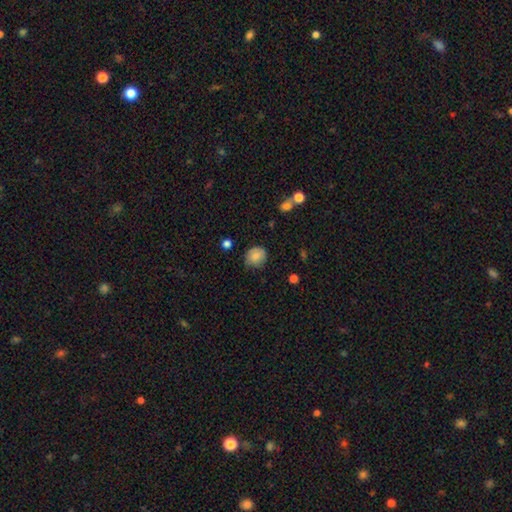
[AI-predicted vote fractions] A smooth galaxy with no disk features (81%) that is round (80%).

Vote fractions:
- Smooth or featured? smooth: 81% / featured or disk: 11% / star or artifact: 8%
- How rounded? round: 80% / in between: 19% / cigar-shaped: 1%
- Merging? none: 71% / minor disturbance: 23% / major disturbance: 4% / merger: 2%